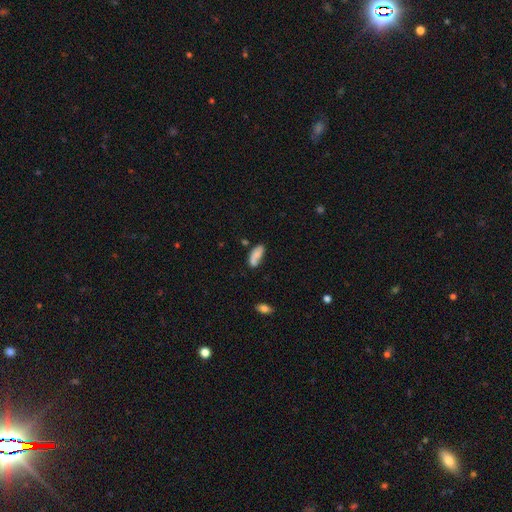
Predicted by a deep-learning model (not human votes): The model was most divided on "merging": none: 61%, minor disturbance: 24%, merger: 8%, major disturbance: 7%. More confident: how rounded — in between (79%); smooth or featured — smooth (78%).